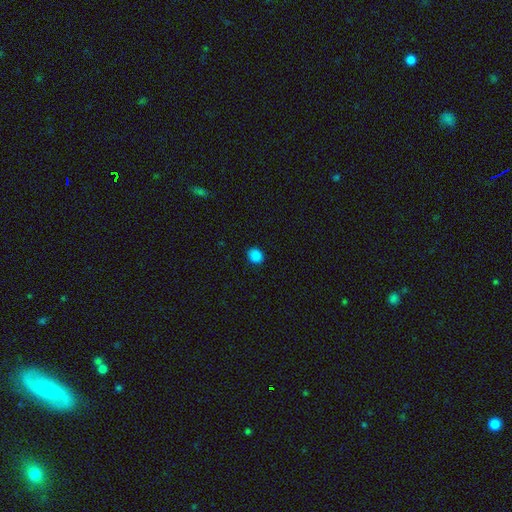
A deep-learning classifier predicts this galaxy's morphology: smooth_or_featured: smooth (p=0.86) [alt: star or artifact p=0.11]
how_rounded: round (p=0.69) [alt: in between p=0.31]
merging: none (p=0.89) [alt: minor disturbance p=0.08]